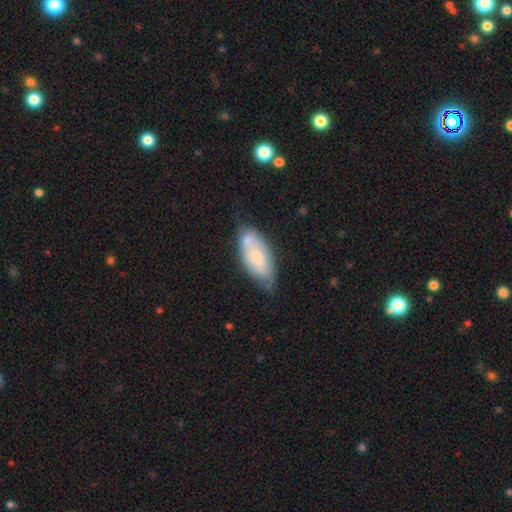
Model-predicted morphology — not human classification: This appears to be a smooth galaxy with no disk features (63%) that is in between round and cigar-shaped (85%). Merging: none (55%).